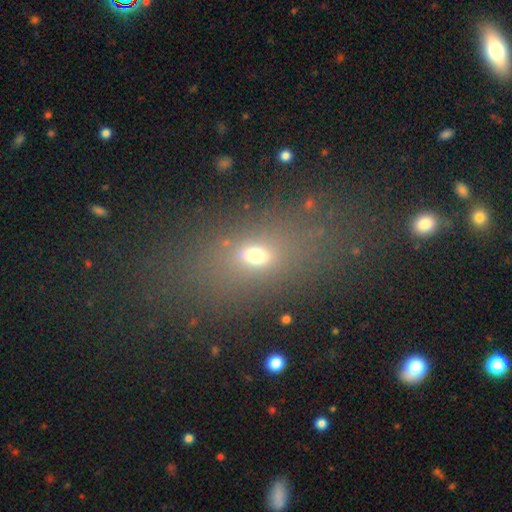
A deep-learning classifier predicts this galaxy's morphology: Q: Smooth or featured?
A: smooth (59%); runner-up: star or artifact (22%)
Q: How rounded?
A: in between (78%); runner-up: round (14%)
Q: Merging?
A: none (66%); runner-up: minor disturbance (14%)